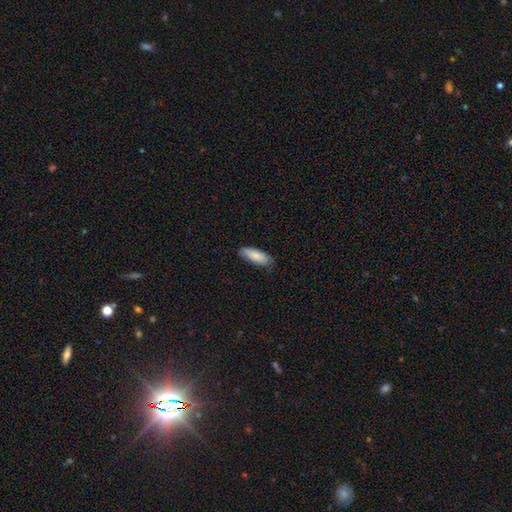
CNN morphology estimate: Smooth or featured: smooth — 85% (featured or disk — 9%)
How rounded: in between — 73% (cigar-shaped — 26%)
Merging: none — 73% (minor disturbance — 22%)